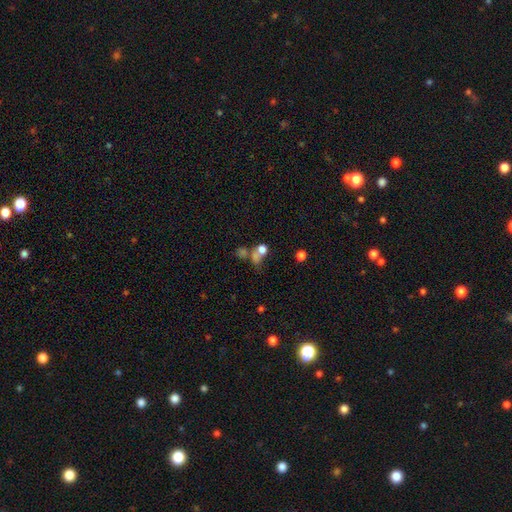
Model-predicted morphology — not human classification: This is likely a smooth galaxy (62%). How rounded: likely round (66%). Merging: marginally merger (40%).